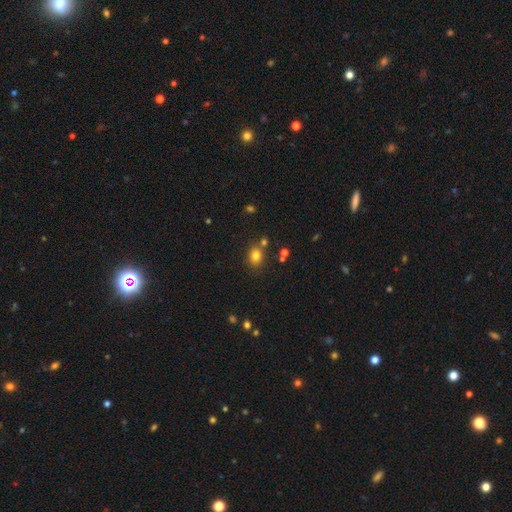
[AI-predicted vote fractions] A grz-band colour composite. It shows a smooth galaxy with no disk features (79%) that is round (57%). Merging: none (74%).